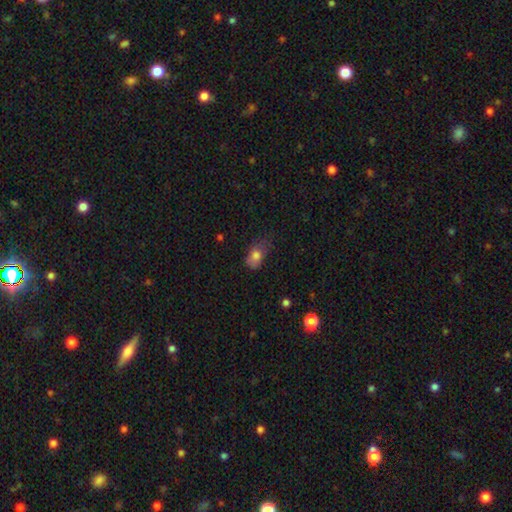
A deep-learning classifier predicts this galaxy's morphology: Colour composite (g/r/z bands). It shows a smooth galaxy with no disk features (76%) that is in between round and cigar-shaped (82%). Merging: minor disturbance (38%).